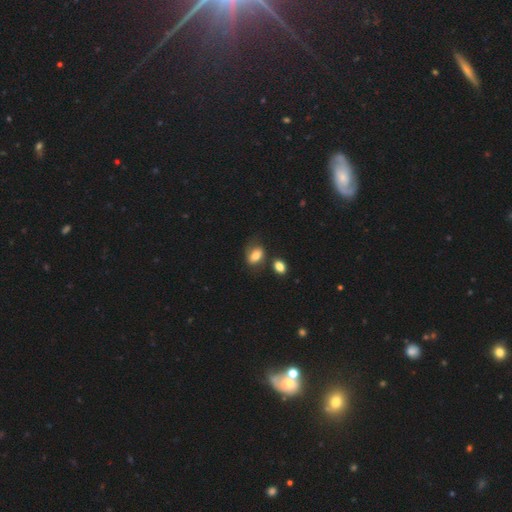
A smooth galaxy with no disk features (76%) that is in between round and cigar-shaped (79%).

Vote fractions:
- Smooth or featured? smooth: 76% / featured or disk: 19% / star or artifact: 5%
- How rounded? in between: 79% / round: 14% / cigar-shaped: 7%
- Merging? none: 49% / minor disturbance: 29% / merger: 14% / major disturbance: 9%